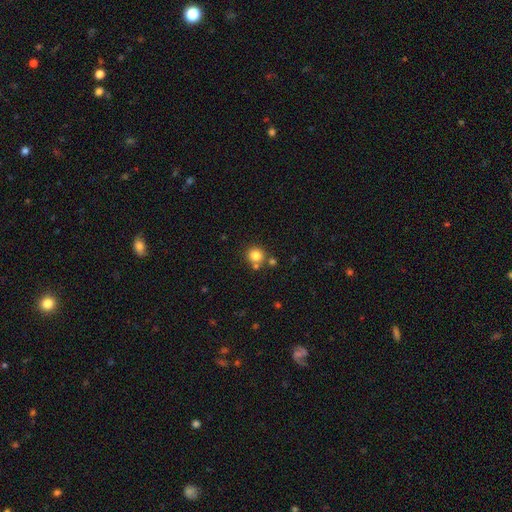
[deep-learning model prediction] Smooth or featured? Predicted: smooth (p=0.81). How rounded? Predicted: round (p=0.91). Merging? Predicted: none (p=0.72).